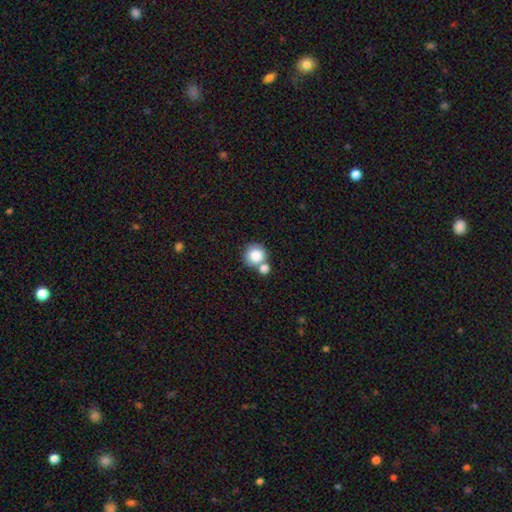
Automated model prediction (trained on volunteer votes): Smooth or featured?
  - smooth: 83% *
  - star or artifact: 8%
  - featured or disk: 8%
How rounded?
  - round: 90% *
  - in between: 9%
  - cigar-shaped: 1%
Merging?
  - none: 51% *
  - merger: 36%
  - minor disturbance: 9%
  - major disturbance: 4%